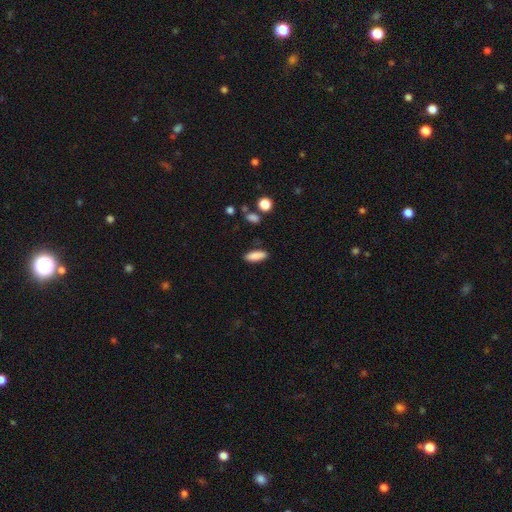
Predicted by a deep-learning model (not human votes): A smooth galaxy with no disk features (87%) that is in between round and cigar-shaped (64%). Merging: none (86%).